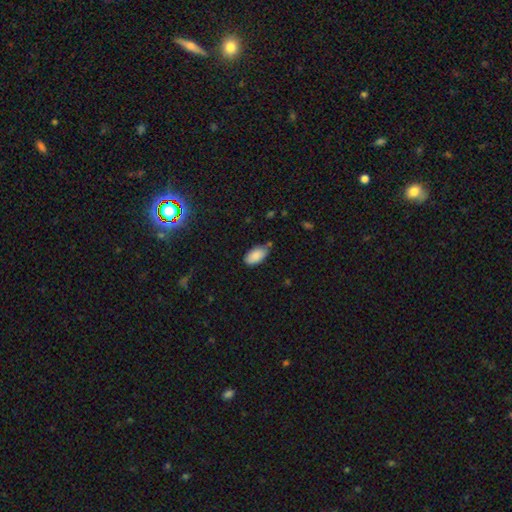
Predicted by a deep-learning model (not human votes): smooth 88%, star or artifact 7%, featured or disk 5%. Down the decision tree: how rounded — in between (95%); merging — none (66%).